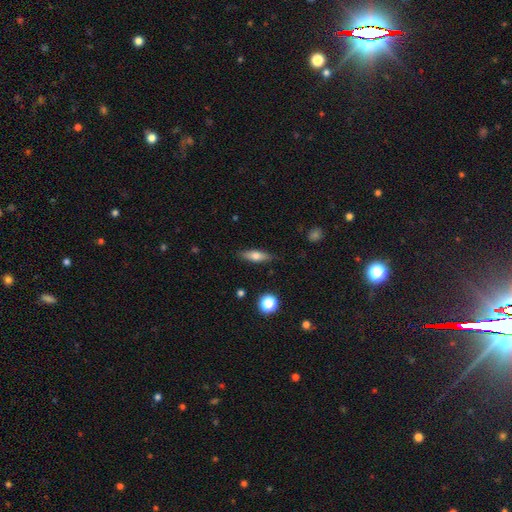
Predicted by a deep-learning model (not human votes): Smooth or featured? Predicted: smooth (p=0.66). How rounded? Predicted: in between (p=0.49). Merging? Predicted: none (p=0.83).